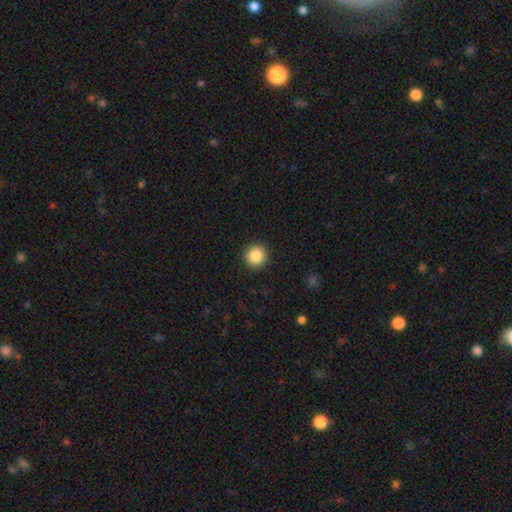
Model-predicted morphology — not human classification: smooth-or-featured: smooth: 87% | star or artifact: 9% | featured or disk: 4%
  how-rounded: round: 95% | in between: 4% | cigar-shaped: 1%
  merging: none: 93% | minor disturbance: 5% | major disturbance: 2% | merger: 1%